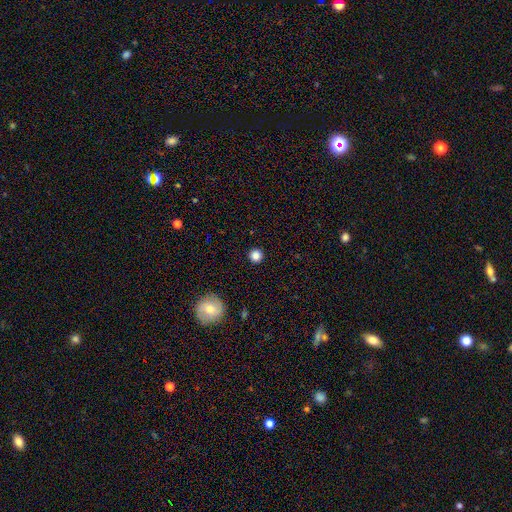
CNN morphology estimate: smooth 85%, star or artifact 11%, featured or disk 4%. Down the decision tree: how rounded — round (96%); merging — none (92%).